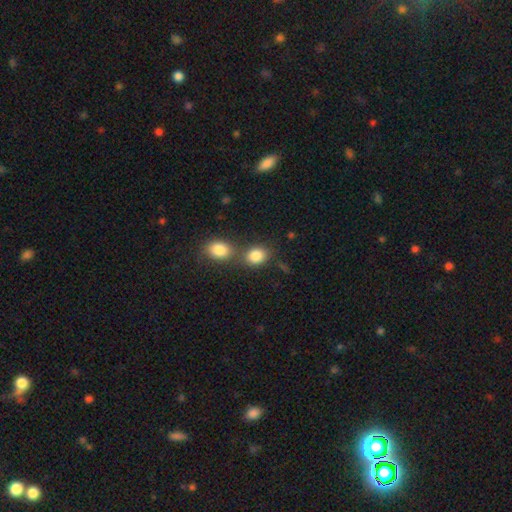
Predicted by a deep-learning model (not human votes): A smooth galaxy with no disk features (84%) that is round (53%).

Vote fractions:
- Smooth or featured? smooth: 84% / star or artifact: 10% / featured or disk: 6%
- How rounded? round: 53% / in between: 46% / cigar-shaped: 1%
- Merging? none: 51% / merger: 36% / minor disturbance: 9% / major disturbance: 4%